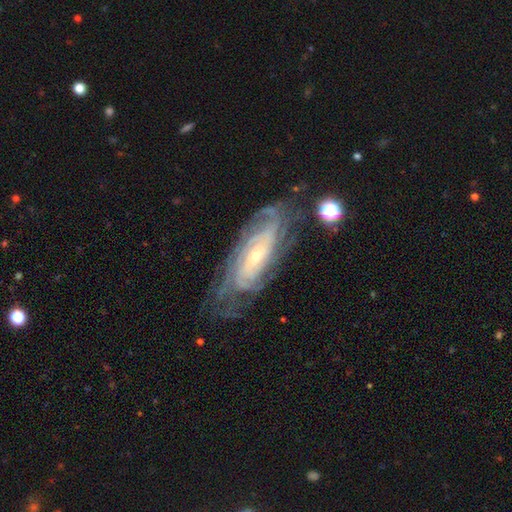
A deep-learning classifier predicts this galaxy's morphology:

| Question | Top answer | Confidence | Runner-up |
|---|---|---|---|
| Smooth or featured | featured or disk | 87% | smooth (7%) |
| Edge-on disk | no | 90% | yes (10%) |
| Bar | no | 63% | weak (26%) |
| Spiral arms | yes | 96% | no (4%) |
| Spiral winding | tight | 74% | medium (21%) |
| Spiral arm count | can't tell | 41% | 4 (19%) |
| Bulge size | small | 75% | moderate (22%) |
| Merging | none | 72% | minor disturbance (18%) |